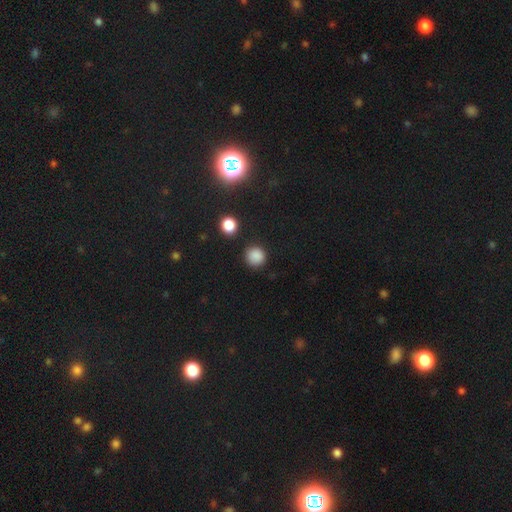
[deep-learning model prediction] smooth_or_featured: smooth (p=0.85) [alt: star or artifact p=0.12]
how_rounded: round (p=0.91) [alt: in between p=0.08]
merging: none (p=0.86) [alt: minor disturbance p=0.09]